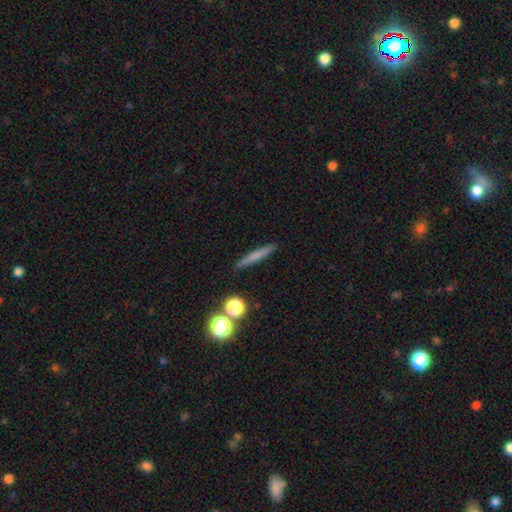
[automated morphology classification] The model was most divided on "smooth or featured": smooth: 67%, featured or disk: 24%, star or artifact: 9%. More confident: how rounded — cigar-shaped (92%); merging — none (89%).